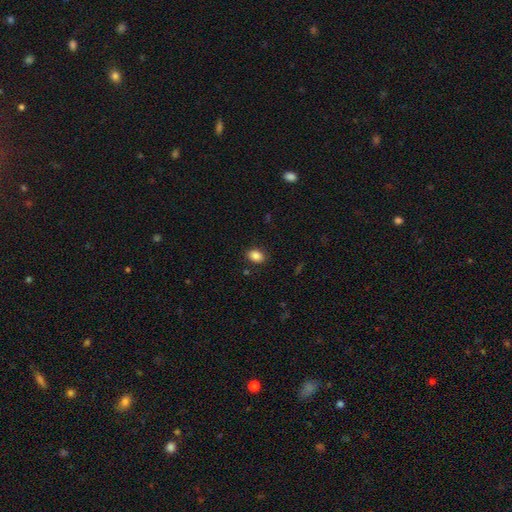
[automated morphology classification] type=smooth (86%); roundness=in between (75%); merging=none (87%).